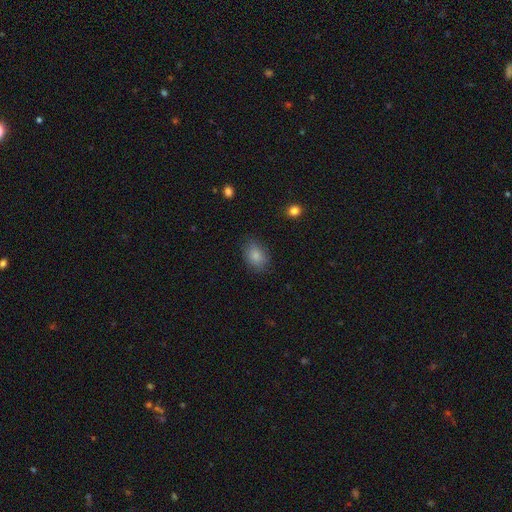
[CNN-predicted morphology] smooth 85%, star or artifact 8%, featured or disk 7%. Down the decision tree: how rounded — in between (73%); merging — none (81%).